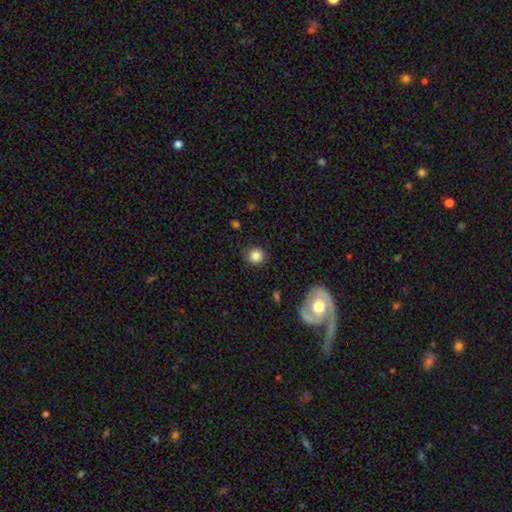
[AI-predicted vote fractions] Smooth or featured? smooth (85%)
How rounded? round (90%)
Merging? none (88%)